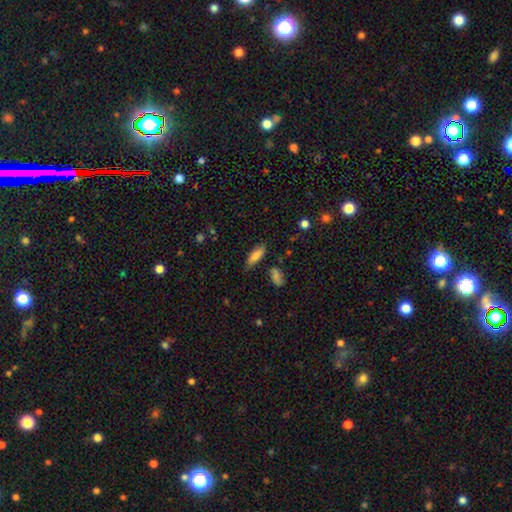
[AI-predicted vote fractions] Smooth or featured? smooth (80%)
How rounded? in between (71%)
Merging? none (70%)